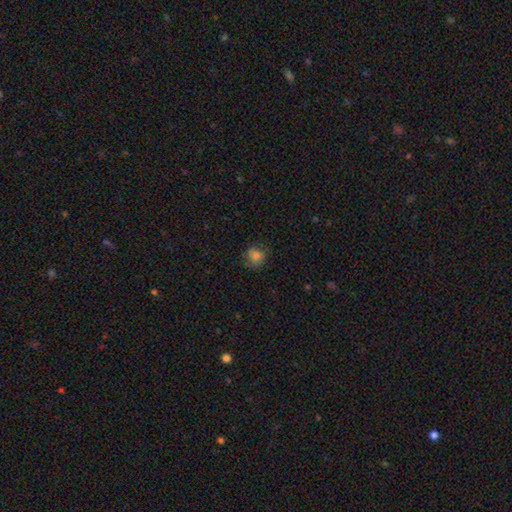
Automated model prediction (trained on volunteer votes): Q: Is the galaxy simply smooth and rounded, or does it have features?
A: smooth — 79%.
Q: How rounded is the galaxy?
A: round — 81%.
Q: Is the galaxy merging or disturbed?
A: none — 72%.